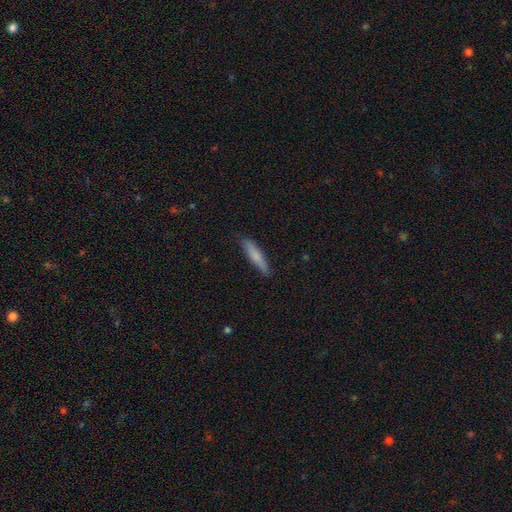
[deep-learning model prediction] smooth 75%, featured or disk 19%, star or artifact 6%. Down the decision tree: how rounded — cigar-shaped (83%); merging — none (83%).